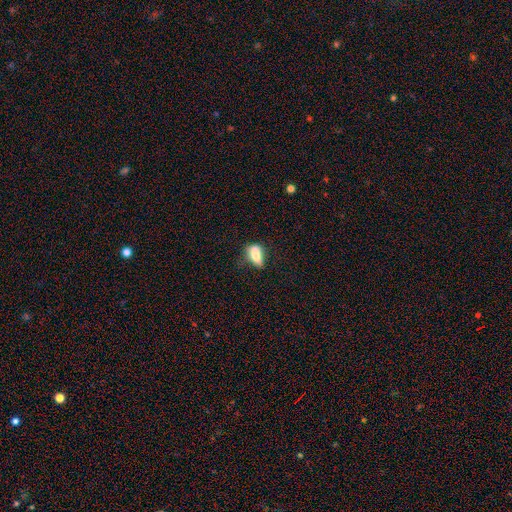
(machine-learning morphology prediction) Smooth or featured?
  - smooth: 73% *
  - featured or disk: 19%
  - star or artifact: 8%
How rounded?
  - in between: 80% *
  - cigar-shaped: 14%
  - round: 6%
Merging?
  - none: 48% *
  - minor disturbance: 32%
  - major disturbance: 16%
  - merger: 4%